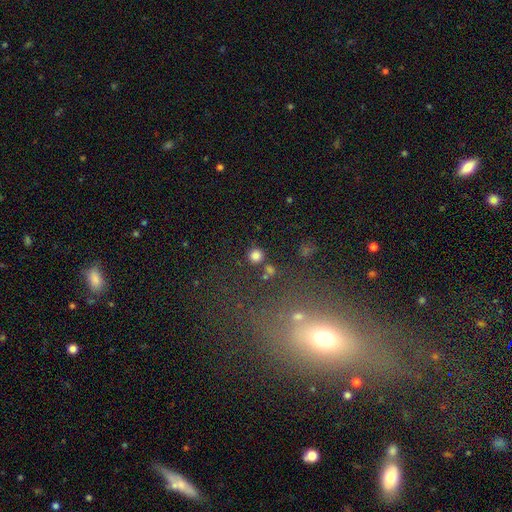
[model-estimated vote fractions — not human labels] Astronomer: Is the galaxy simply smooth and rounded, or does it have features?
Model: smooth — 81%.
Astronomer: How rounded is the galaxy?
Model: round — 94%.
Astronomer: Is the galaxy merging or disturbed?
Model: none — 83%.